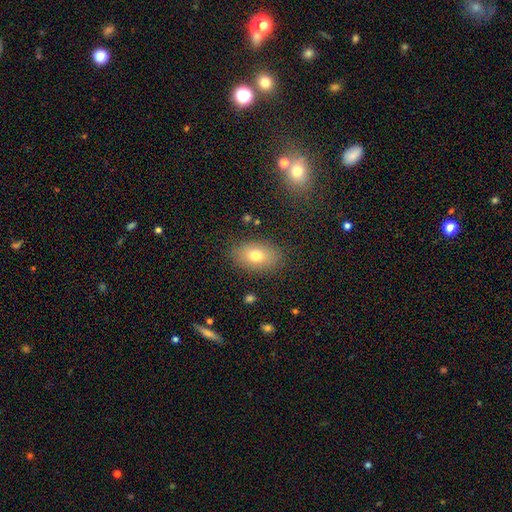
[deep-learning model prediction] Smooth or featured?
  - smooth: 73% *
  - featured or disk: 17%
  - star or artifact: 10%
How rounded?
  - in between: 85% *
  - round: 14%
  - cigar-shaped: 1%
Merging?
  - none: 84% *
  - minor disturbance: 11%
  - major disturbance: 4%
  - merger: 1%